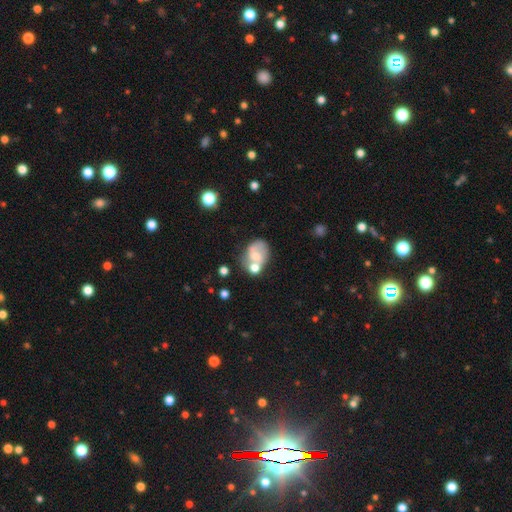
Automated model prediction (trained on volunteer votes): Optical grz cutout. It shows a smooth galaxy with no disk features (52%) that is in between round and cigar-shaped (61%). Merging: merger (37%).